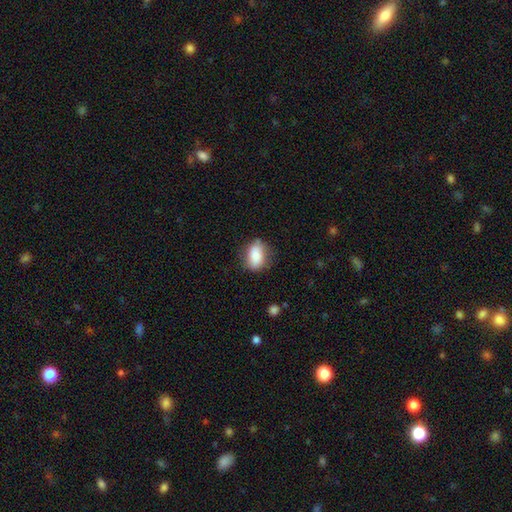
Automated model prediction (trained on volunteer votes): This is clearly a smooth galaxy (83%). How rounded: likely in between (79%). Merging: likely none (73%).